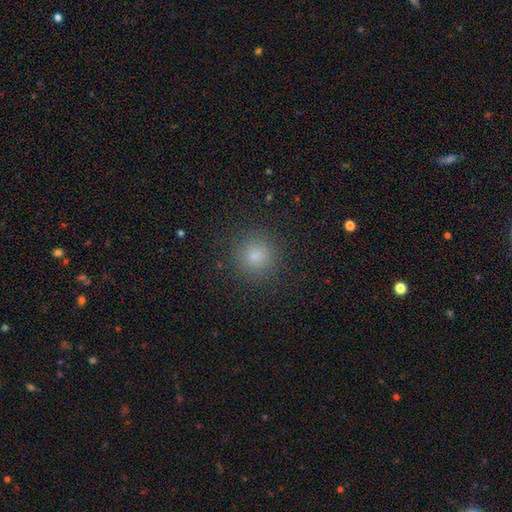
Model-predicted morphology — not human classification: A smooth galaxy with no disk features (81%) that is round (93%).

Vote fractions:
- Smooth or featured? smooth: 81% / star or artifact: 13% / featured or disk: 5%
- How rounded? round: 93% / in between: 6% / cigar-shaped: 1%
- Merging? none: 89% / minor disturbance: 7% / major disturbance: 3% / merger: 1%